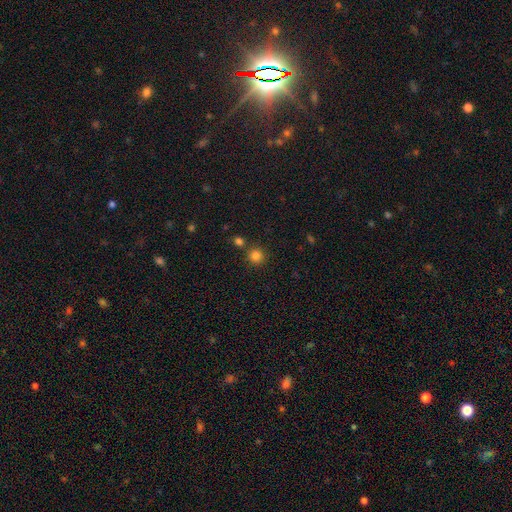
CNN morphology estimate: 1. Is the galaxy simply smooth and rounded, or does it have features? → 83% smooth, 13% star or artifact, 4% featured or disk.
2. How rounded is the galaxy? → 93% round, 6% in between, 1% cigar-shaped.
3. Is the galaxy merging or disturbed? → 79% none, 11% merger, 7% minor disturbance, 3% major disturbance.